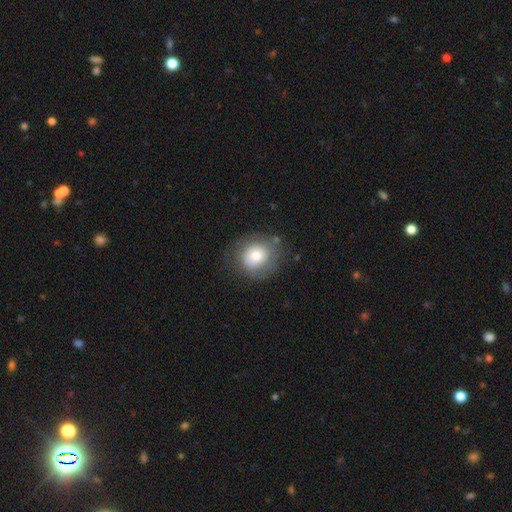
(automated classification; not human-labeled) Q: Smooth or featured?
A: smooth (70%); runner-up: featured or disk (21%)
Q: How rounded?
A: round (83%); runner-up: in between (16%)
Q: Merging?
A: none (72%); runner-up: minor disturbance (18%)